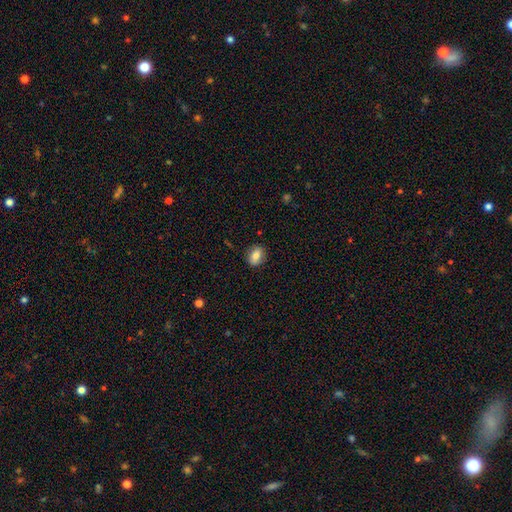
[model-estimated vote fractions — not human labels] smooth 77%, featured or disk 15%, star or artifact 8%. Down the decision tree: how rounded — in between (67%); merging — none (86%).